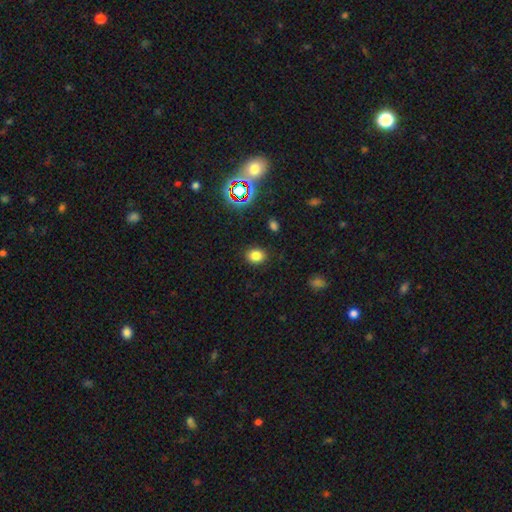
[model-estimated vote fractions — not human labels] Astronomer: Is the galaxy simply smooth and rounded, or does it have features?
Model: smooth — 78%.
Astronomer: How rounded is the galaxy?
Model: in between — 50% (runner-up: round, 49%).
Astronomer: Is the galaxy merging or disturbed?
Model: none — 88%.